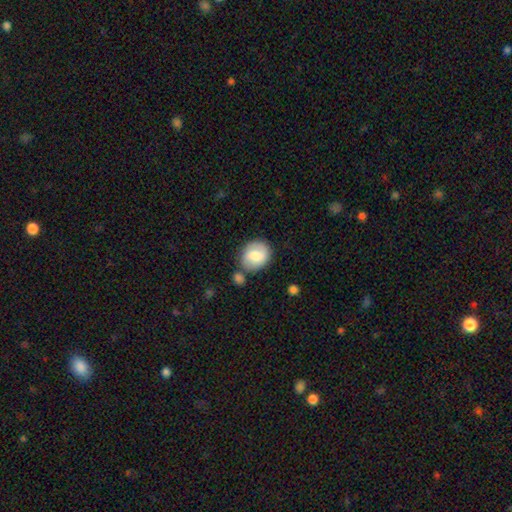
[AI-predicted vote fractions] Smooth or featured?
  - smooth: 69% *
  - featured or disk: 24%
  - star or artifact: 7%
How rounded?
  - round: 60% *
  - in between: 39%
  - cigar-shaped: 1%
Merging?
  - none: 63% *
  - minor disturbance: 19%
  - merger: 12%
  - major disturbance: 6%